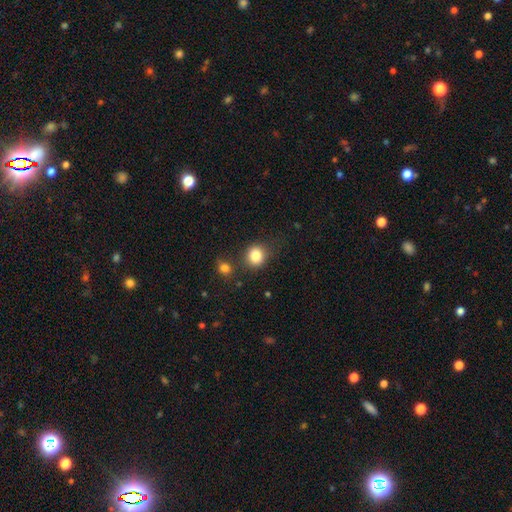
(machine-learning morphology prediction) This is clearly a smooth galaxy (84%). How rounded: likely round (79%). Merging: likely none (74%).